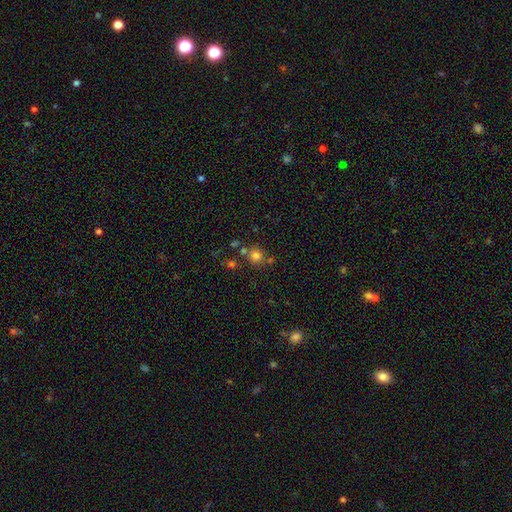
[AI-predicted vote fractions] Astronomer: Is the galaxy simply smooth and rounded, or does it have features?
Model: smooth — 76%.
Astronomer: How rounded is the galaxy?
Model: round — 88%.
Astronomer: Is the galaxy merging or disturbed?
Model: none — 69%.